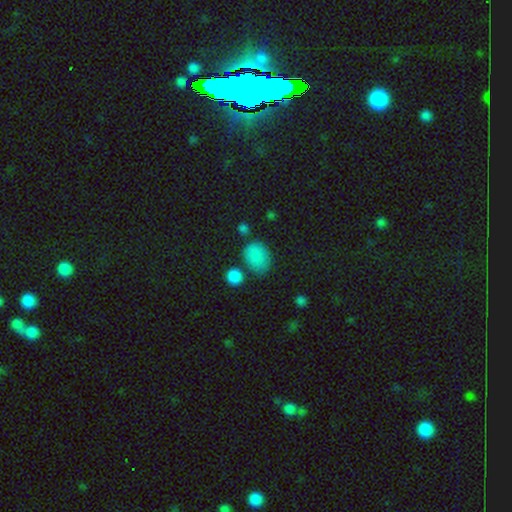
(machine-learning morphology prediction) type=smooth (83%); roundness=in between (65%); merging=none (65%).